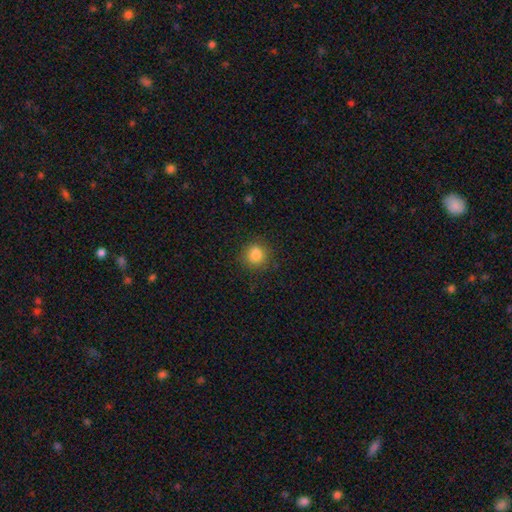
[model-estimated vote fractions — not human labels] Smooth or featured?
  - smooth: 85% *
  - star or artifact: 11%
  - featured or disk: 4%
How rounded?
  - round: 87% *
  - in between: 12%
  - cigar-shaped: 1%
Merging?
  - none: 86% *
  - minor disturbance: 10%
  - major disturbance: 3%
  - merger: 1%